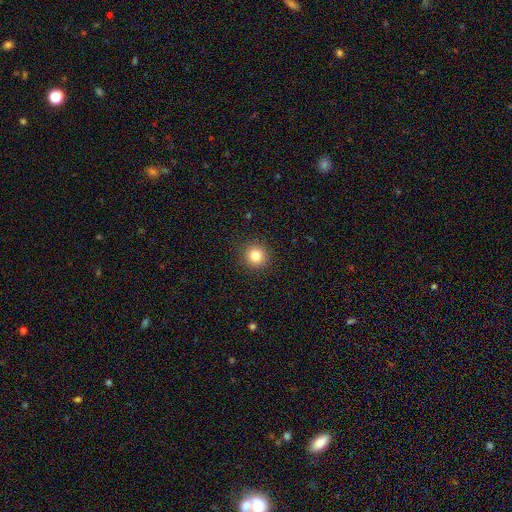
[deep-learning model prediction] Smooth or featured? Predicted: smooth (p=0.83). How rounded? Predicted: round (p=0.94). Merging? Predicted: none (p=0.92).